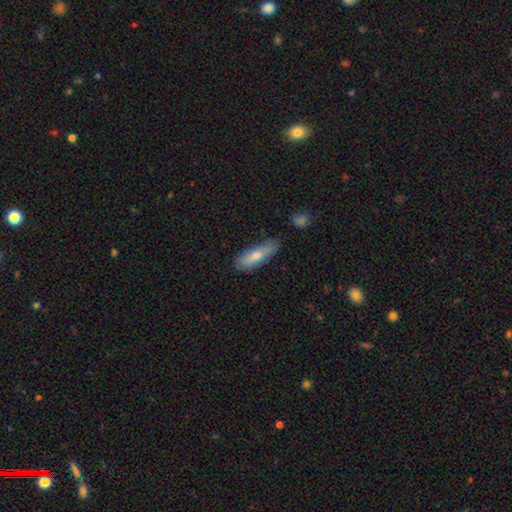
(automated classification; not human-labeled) A smooth galaxy with no disk features (67%) that is cigar-shaped (63%).

Vote fractions:
- Smooth or featured? smooth: 67% / featured or disk: 26% / star or artifact: 6%
- How rounded? cigar-shaped: 63% / in between: 35% / round: 2%
- Merging? none: 79% / minor disturbance: 16% / major disturbance: 3% / merger: 2%